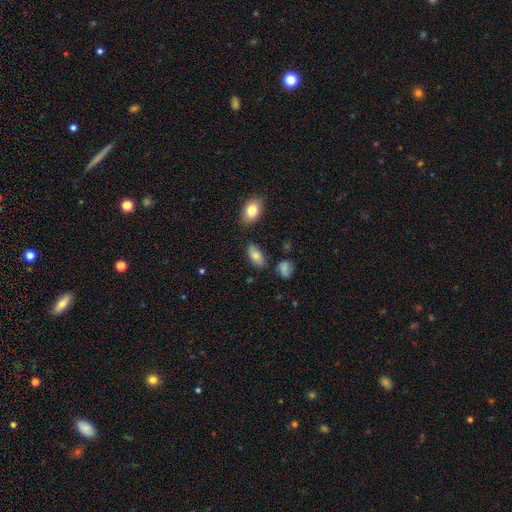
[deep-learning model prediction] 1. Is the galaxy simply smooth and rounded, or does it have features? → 77% smooth, 15% featured or disk, 8% star or artifact.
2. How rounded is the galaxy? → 92% in between, 5% cigar-shaped, 4% round.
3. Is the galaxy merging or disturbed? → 79% none, 14% minor disturbance, 3% merger, 3% major disturbance.